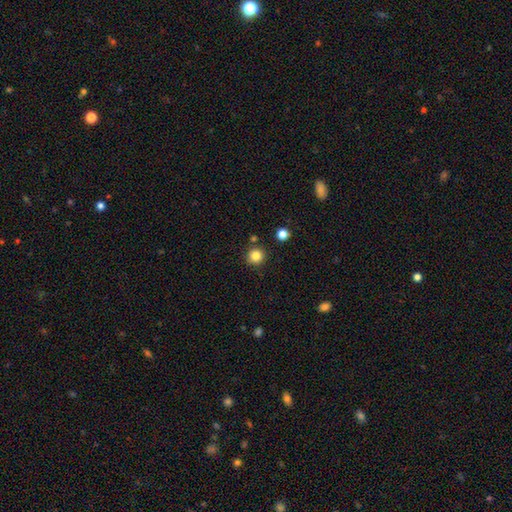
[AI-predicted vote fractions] A smooth galaxy with no disk features (84%) that is round (94%).

Vote fractions:
- Smooth or featured? smooth: 84% / star or artifact: 12% / featured or disk: 4%
- How rounded? round: 94% / in between: 5% / cigar-shaped: 1%
- Merging? none: 87% / minor disturbance: 6% / merger: 4% / major disturbance: 2%